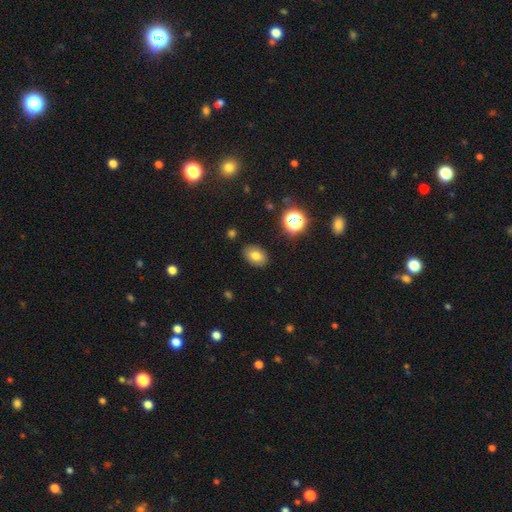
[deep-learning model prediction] A smooth galaxy with no disk features (77%) that is in between round and cigar-shaped (77%). Merging: none (87%).